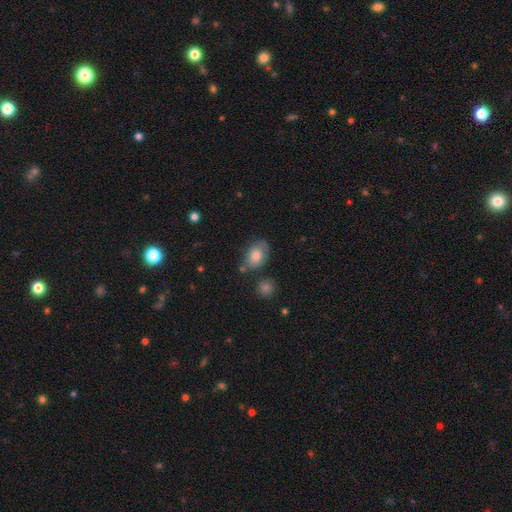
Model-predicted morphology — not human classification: The model was most divided on "merging": none: 59%, minor disturbance: 25%, major disturbance: 8%, merger: 8%. More confident: how rounded — in between (77%); smooth or featured — smooth (74%).